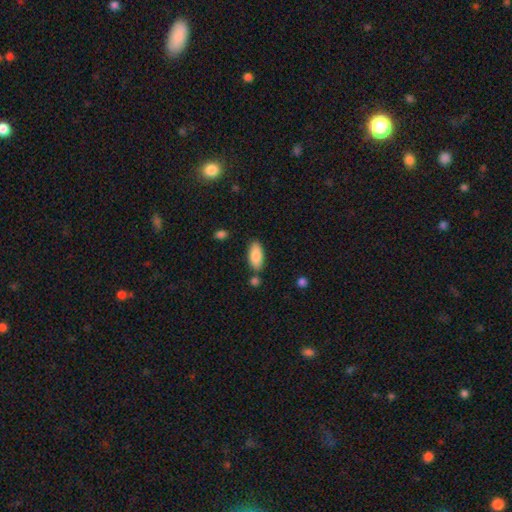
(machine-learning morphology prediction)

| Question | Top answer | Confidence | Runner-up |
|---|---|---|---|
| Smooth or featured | smooth | 88% | featured or disk (6%) |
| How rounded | in between | 88% | cigar-shaped (10%) |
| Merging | none | 76% | minor disturbance (13%) |